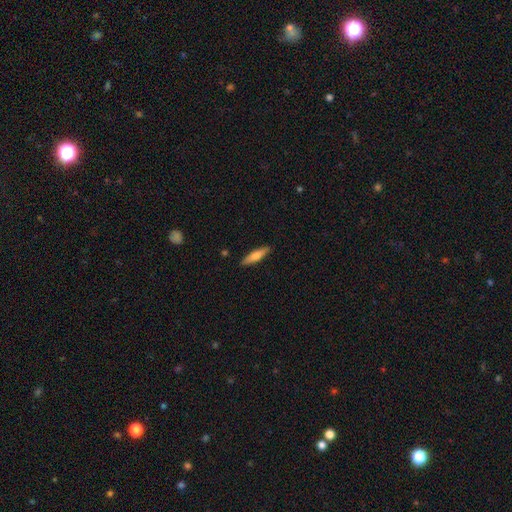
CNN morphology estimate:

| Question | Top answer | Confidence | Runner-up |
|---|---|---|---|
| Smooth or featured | smooth | 65% | featured or disk (30%) |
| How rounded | cigar-shaped | 77% | in between (22%) |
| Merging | none | 89% | minor disturbance (9%) |